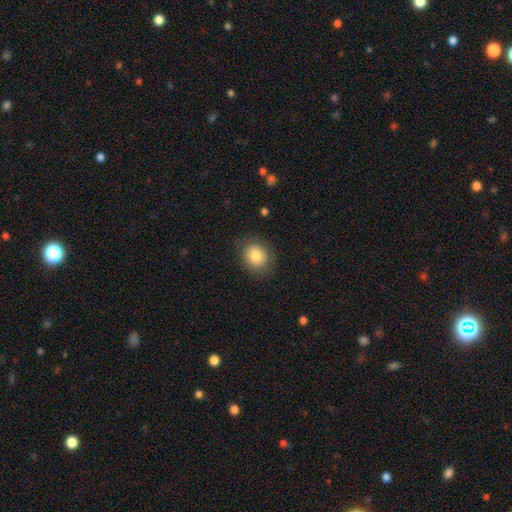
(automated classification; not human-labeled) Smooth or featured?
  - smooth: 82% *
  - featured or disk: 9%
  - star or artifact: 8%
How rounded?
  - round: 70% *
  - in between: 29%
  - cigar-shaped: 1%
Merging?
  - none: 83% *
  - minor disturbance: 12%
  - major disturbance: 4%
  - merger: 1%